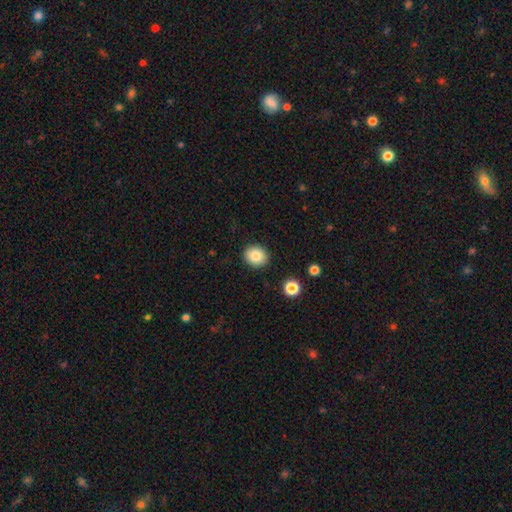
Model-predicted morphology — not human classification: smooth_or_featured: smooth (p=0.84) [alt: star or artifact p=0.09]
how_rounded: round (p=0.72) [alt: in between p=0.27]
merging: none (p=0.90) [alt: minor disturbance p=0.07]